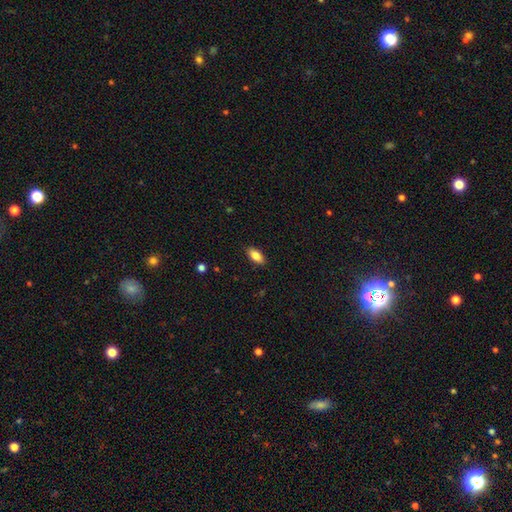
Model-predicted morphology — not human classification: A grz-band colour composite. It shows a smooth galaxy with no disk features (85%) that is in between round and cigar-shaped (89%). Merging: none (88%).